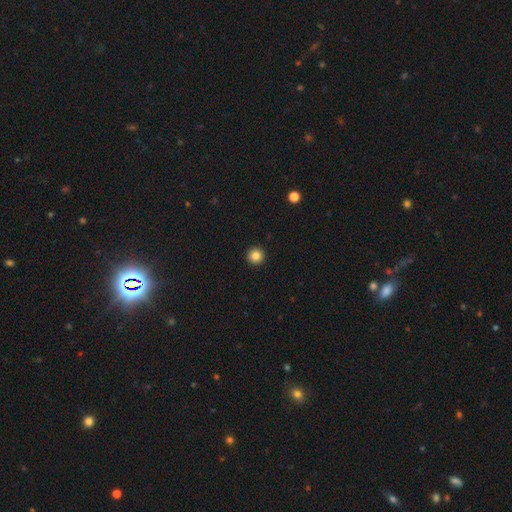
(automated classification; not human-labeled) The model was most divided on "smooth or featured": smooth: 85%, star or artifact: 10%, featured or disk: 5%. More confident: how rounded — round (96%); merging — none (94%).